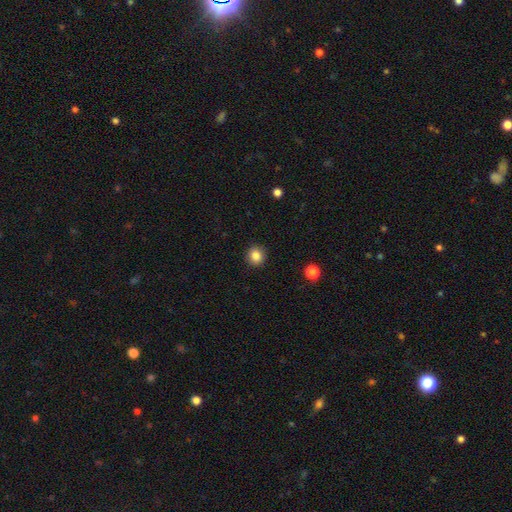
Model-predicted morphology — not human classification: type=smooth (86%); roundness=round (85%); merging=none (90%).